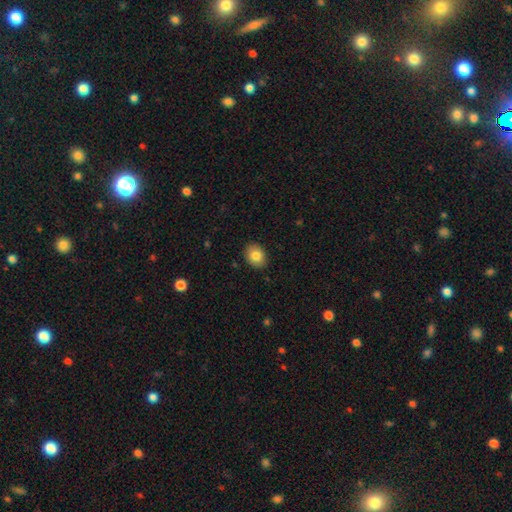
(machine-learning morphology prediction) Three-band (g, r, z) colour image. It shows a smooth galaxy with no disk features (83%) that is in between round and cigar-shaped (58%). Merging: none (89%).